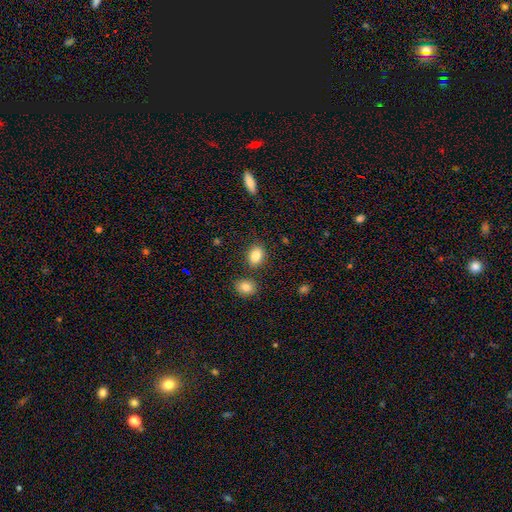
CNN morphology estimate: This appears to be a smooth galaxy with no disk features (86%) that is in between round and cigar-shaped (68%). Merging: none (79%).